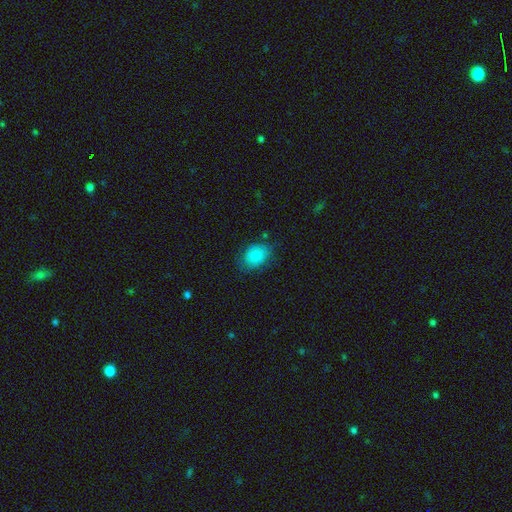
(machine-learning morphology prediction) Smooth or featured? smooth (86%)
How rounded? in between (66%)
Merging? none (68%)